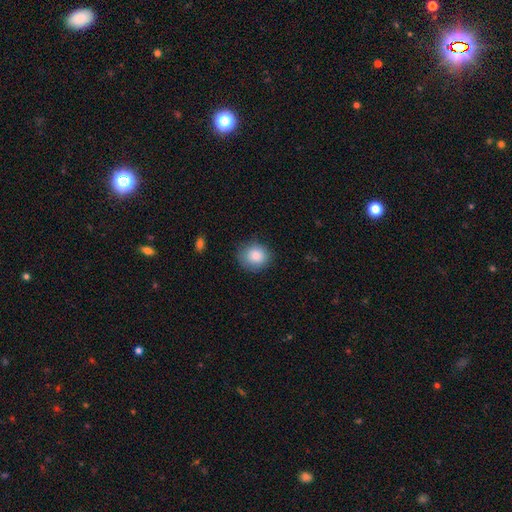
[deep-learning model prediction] Smooth or featured?
  - smooth: 86% *
  - star or artifact: 8%
  - featured or disk: 6%
How rounded?
  - round: 79% *
  - in between: 20%
  - cigar-shaped: 1%
Merging?
  - none: 79% *
  - minor disturbance: 16%
  - major disturbance: 4%
  - merger: 1%